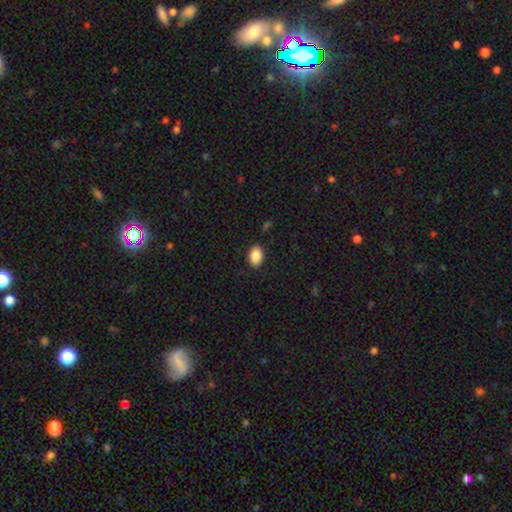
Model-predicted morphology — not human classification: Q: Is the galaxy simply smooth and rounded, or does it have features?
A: smooth — 88%.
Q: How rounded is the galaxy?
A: in between — 82%.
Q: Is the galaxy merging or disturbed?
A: none — 87%.